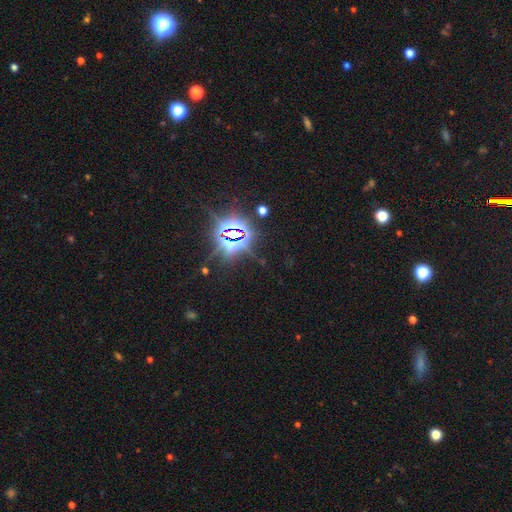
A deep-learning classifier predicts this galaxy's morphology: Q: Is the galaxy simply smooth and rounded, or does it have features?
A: star or artifact — 83%.